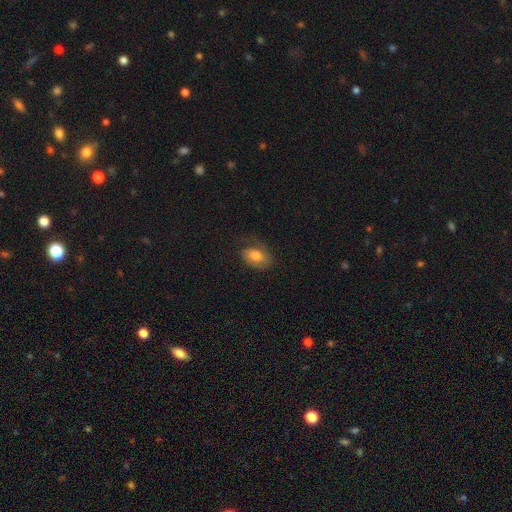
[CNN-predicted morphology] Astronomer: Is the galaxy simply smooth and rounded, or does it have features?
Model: smooth — 63%.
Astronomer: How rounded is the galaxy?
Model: in between — 87%.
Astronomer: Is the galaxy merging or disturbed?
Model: none — 59%.